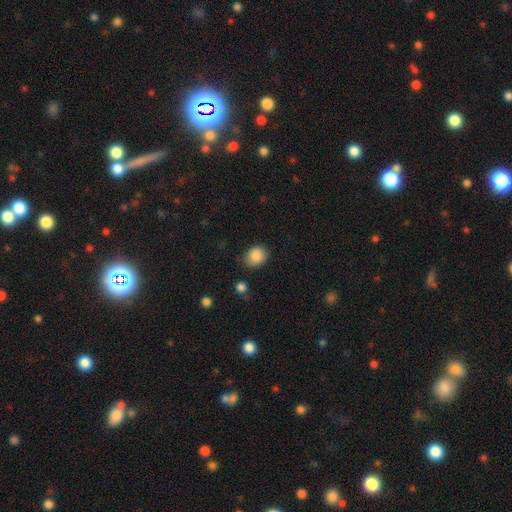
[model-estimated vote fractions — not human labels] Smooth or featured: smooth — 87% (star or artifact — 8%)
How rounded: round — 55% (in between — 44%)
Merging: none — 81% (minor disturbance — 14%)